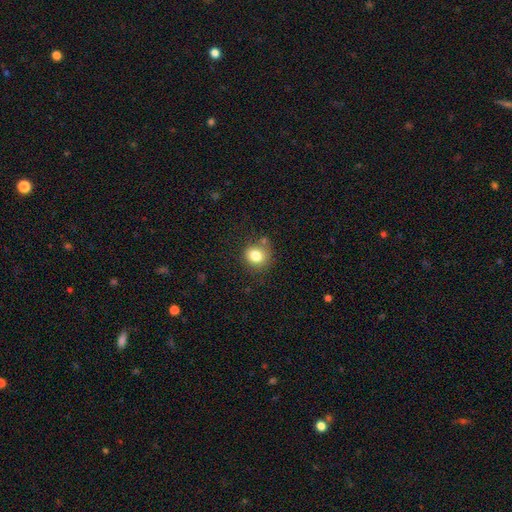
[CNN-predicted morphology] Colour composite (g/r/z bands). It shows a smooth galaxy with no disk features (82%) that is round (81%). Merging: none (74%).